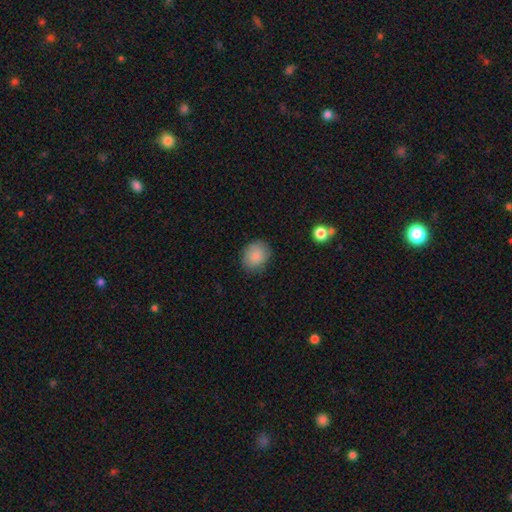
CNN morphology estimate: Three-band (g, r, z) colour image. It shows a smooth galaxy with no disk features (87%) that is round (63%). Merging: none (81%).